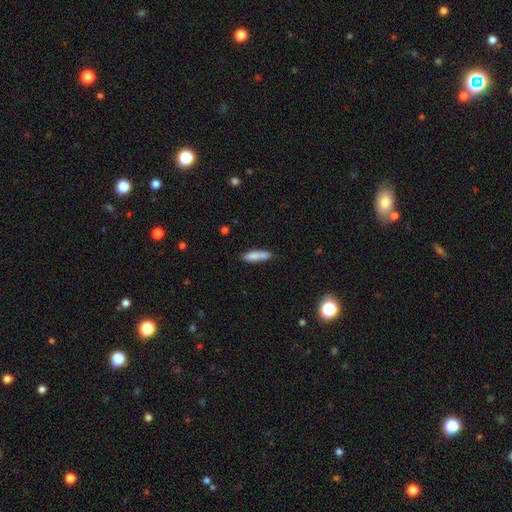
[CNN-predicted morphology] The model was most divided on "how rounded": cigar-shaped: 73%, in between: 25%, round: 2%. More confident: smooth or featured — smooth (82%); merging — none (70%).